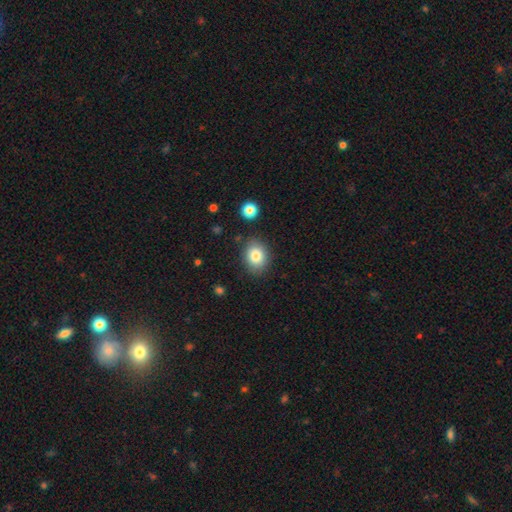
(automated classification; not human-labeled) Smooth or featured? Predicted: smooth (p=0.82). How rounded? Predicted: in between (p=0.51). Merging? Predicted: none (p=0.84).